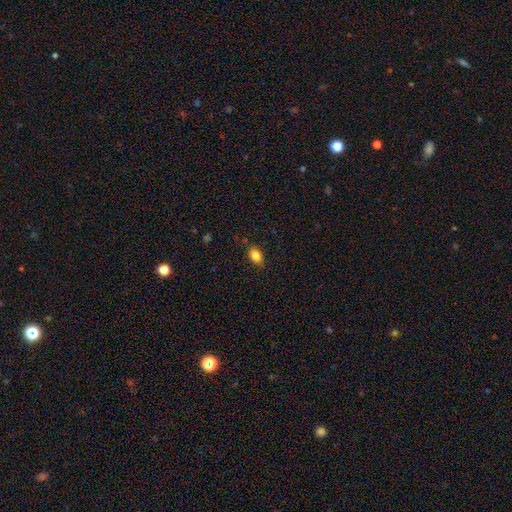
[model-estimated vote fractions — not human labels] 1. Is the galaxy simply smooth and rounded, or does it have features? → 85% smooth, 9% star or artifact, 6% featured or disk.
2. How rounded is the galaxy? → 83% in between, 15% round, 2% cigar-shaped.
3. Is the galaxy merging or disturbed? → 84% none, 12% minor disturbance, 2% major disturbance, 1% merger.